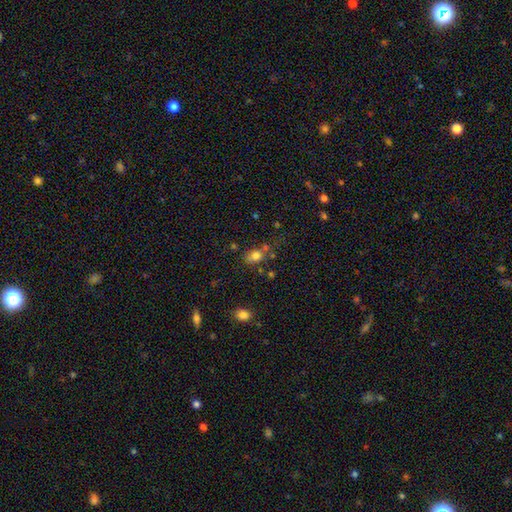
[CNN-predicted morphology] This is likely a smooth galaxy (78%). How rounded: likely in between (63%). Merging: possibly none (54%).